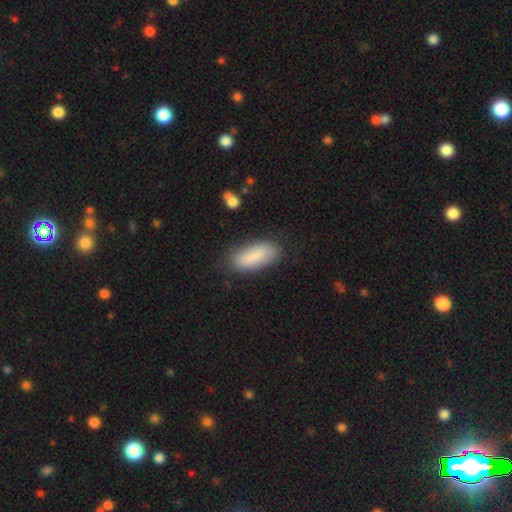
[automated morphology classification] smooth_or_featured: smooth (p=0.84) [alt: featured or disk p=0.09]
how_rounded: in between (p=0.79) [alt: cigar-shaped p=0.19]
merging: none (p=0.79) [alt: minor disturbance p=0.15]